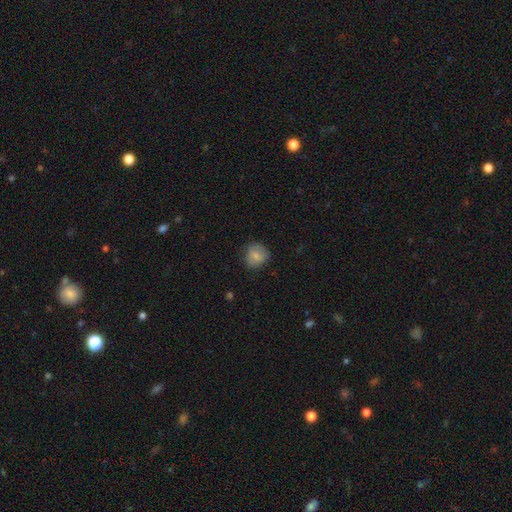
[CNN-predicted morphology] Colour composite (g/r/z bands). It shows a smooth galaxy with no disk features (76%) that is round (80%). Merging: none (75%).